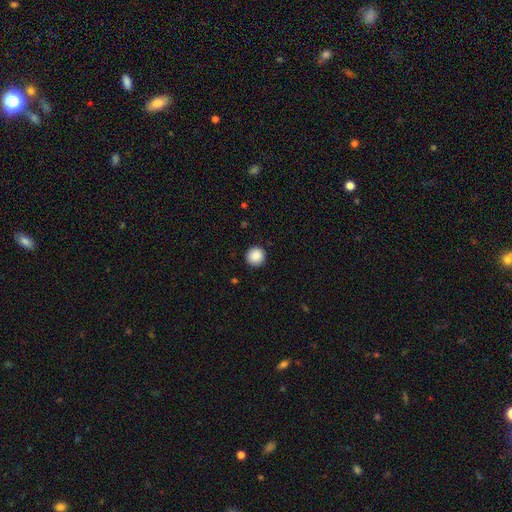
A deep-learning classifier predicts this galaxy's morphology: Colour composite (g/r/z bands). It shows a smooth galaxy with no disk features (88%) that is round (95%). Merging: none (92%).